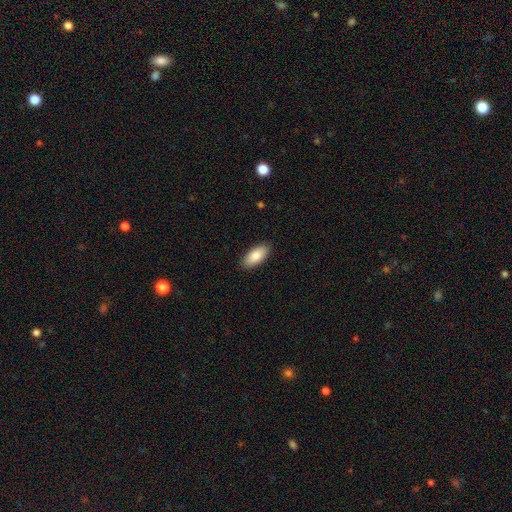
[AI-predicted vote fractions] Smooth or featured: smooth — 85% (featured or disk — 9%)
How rounded: in between — 91% (cigar-shaped — 7%)
Merging: none — 89% (minor disturbance — 8%)